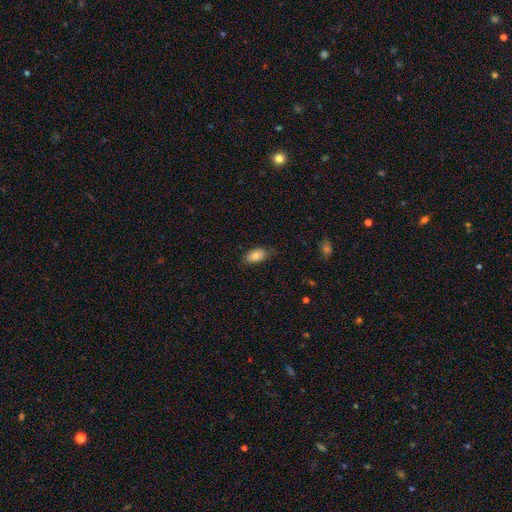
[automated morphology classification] Q: Smooth or featured?
A: smooth (78%); runner-up: featured or disk (14%)
Q: How rounded?
A: in between (92%); runner-up: round (6%)
Q: Merging?
A: none (77%); runner-up: minor disturbance (18%)